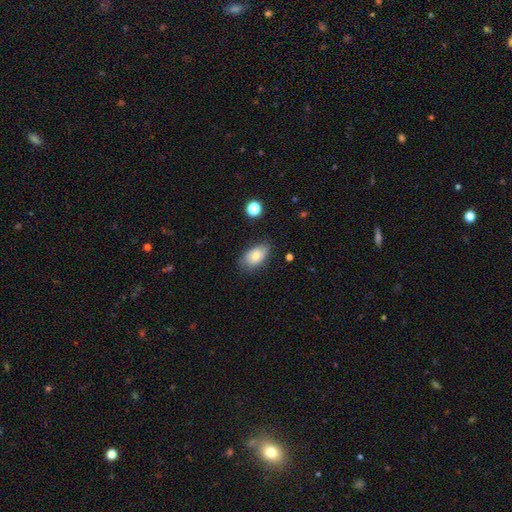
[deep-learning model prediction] smooth 76%, featured or disk 15%, star or artifact 9%. Down the decision tree: how rounded — in between (90%); merging — none (70%).